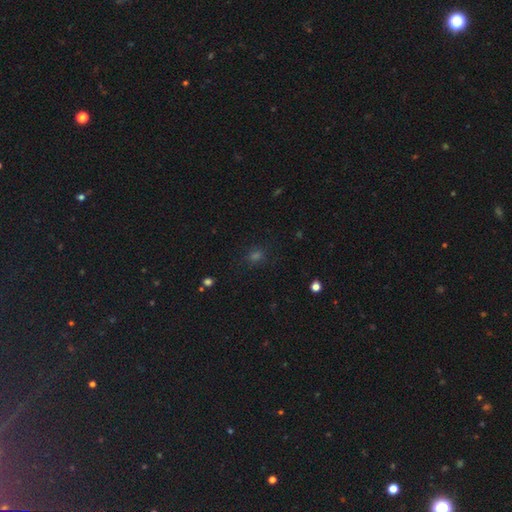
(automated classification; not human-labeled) Morphology: type=smooth (57%); roundness=round (71%); merging=none (84%).